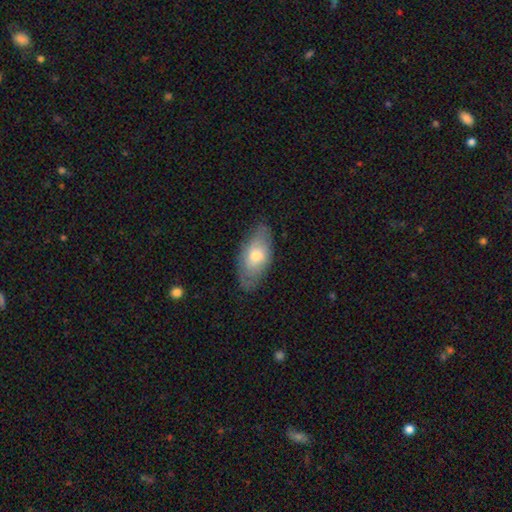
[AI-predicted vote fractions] Morphology: type=smooth (62%); roundness=in between (91%); merging=none (76%).